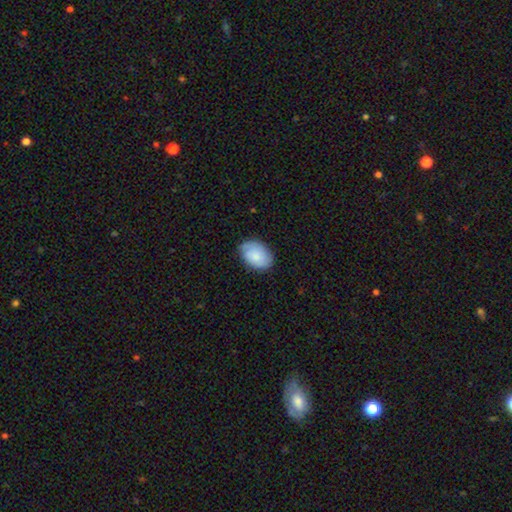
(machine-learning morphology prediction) This is likely a smooth galaxy (70%). How rounded: clearly in between (83%). Merging: likely none (72%).